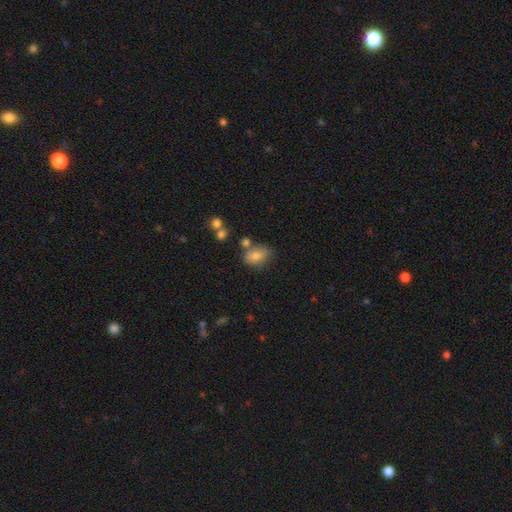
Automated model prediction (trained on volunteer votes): The model was most divided on "merging": none: 54%, minor disturbance: 24%, merger: 13%, major disturbance: 8%. More confident: how rounded — in between (81%); smooth or featured — smooth (77%).